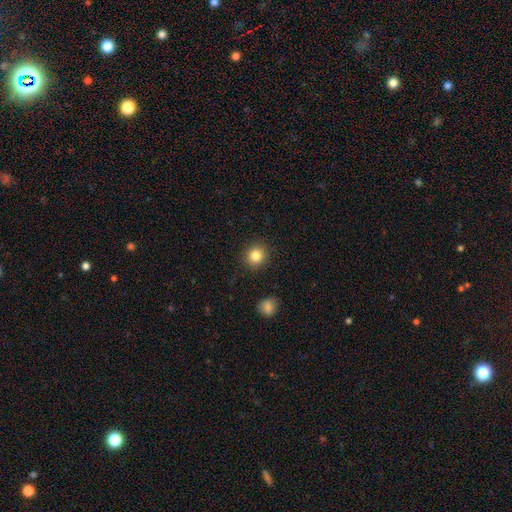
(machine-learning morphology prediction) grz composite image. It shows a smooth galaxy with no disk features (83%) that is round (89%). Merging: none (91%).